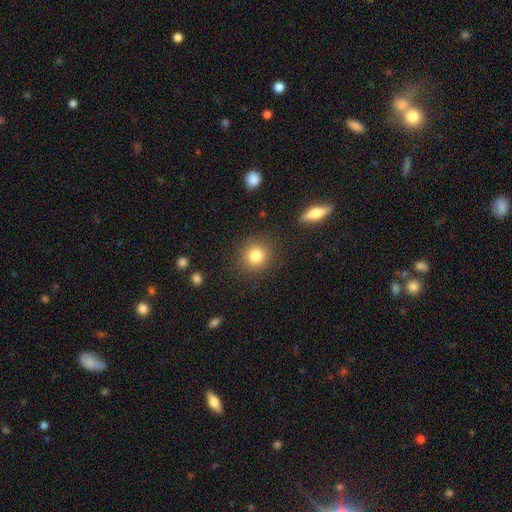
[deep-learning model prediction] Smooth or featured: smooth — 82% (star or artifact — 10%)
How rounded: round — 90% (in between — 9%)
Merging: none — 89% (minor disturbance — 7%)